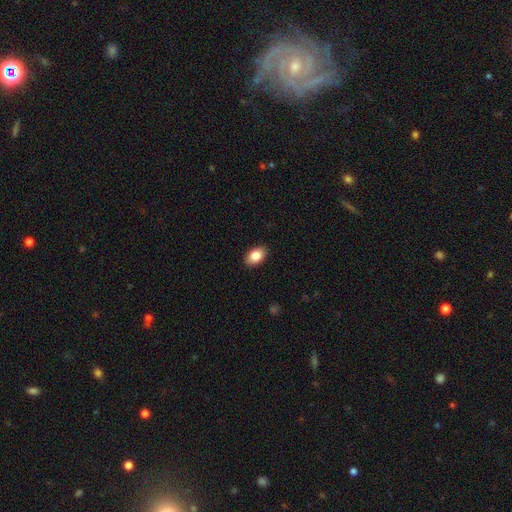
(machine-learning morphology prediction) Q: Smooth or featured?
A: smooth (85%); runner-up: star or artifact (7%)
Q: How rounded?
A: in between (89%); runner-up: round (9%)
Q: Merging?
A: none (90%); runner-up: minor disturbance (8%)